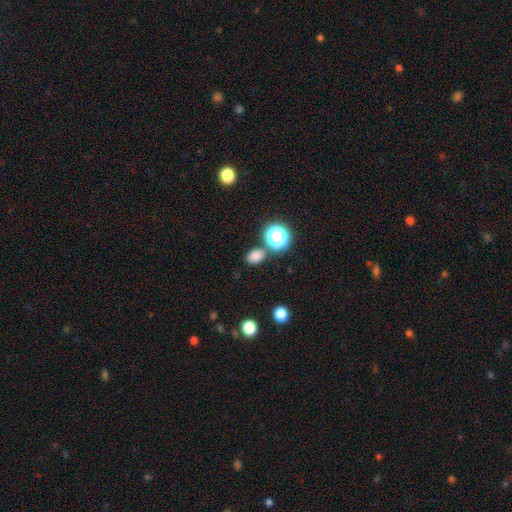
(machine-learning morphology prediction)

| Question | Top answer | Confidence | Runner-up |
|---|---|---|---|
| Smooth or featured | smooth | 79% | star or artifact (16%) |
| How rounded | in between | 67% | round (32%) |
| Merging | none | 76% | minor disturbance (11%) |